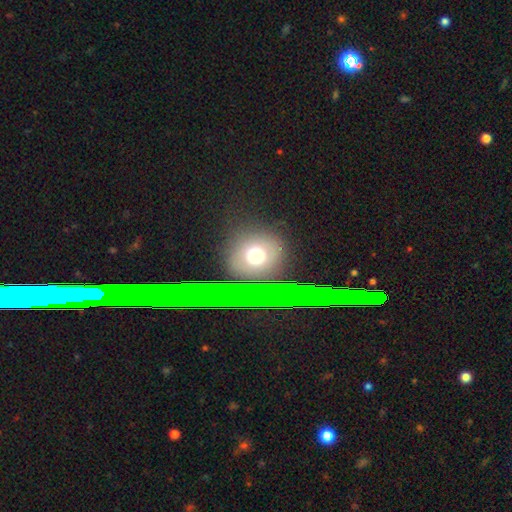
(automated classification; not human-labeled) This appears to be a smooth galaxy with no disk features (66%) that is round (67%). Merging: none (83%).